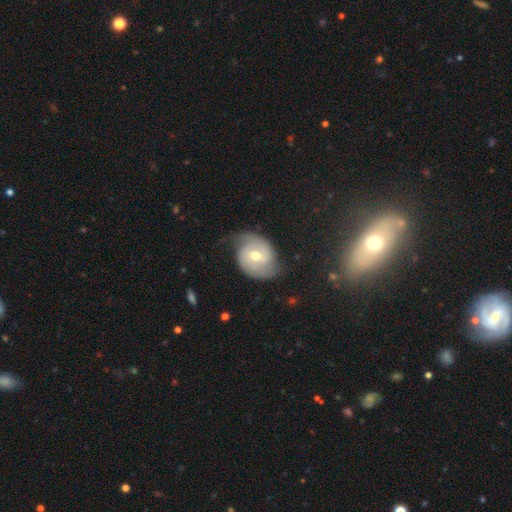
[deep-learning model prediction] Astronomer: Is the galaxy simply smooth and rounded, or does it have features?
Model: featured or disk — 74%.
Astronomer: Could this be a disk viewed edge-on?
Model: no — 97%.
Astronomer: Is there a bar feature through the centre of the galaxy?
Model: weak — 47% (runner-up: no, 41%).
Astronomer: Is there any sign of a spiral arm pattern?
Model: yes — 91%.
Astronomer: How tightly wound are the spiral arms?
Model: medium — 43% (runner-up: tight, 32%).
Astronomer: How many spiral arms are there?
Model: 2 — 85%.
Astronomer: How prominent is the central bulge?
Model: moderate — 65%.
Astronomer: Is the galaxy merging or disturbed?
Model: none — 65%.